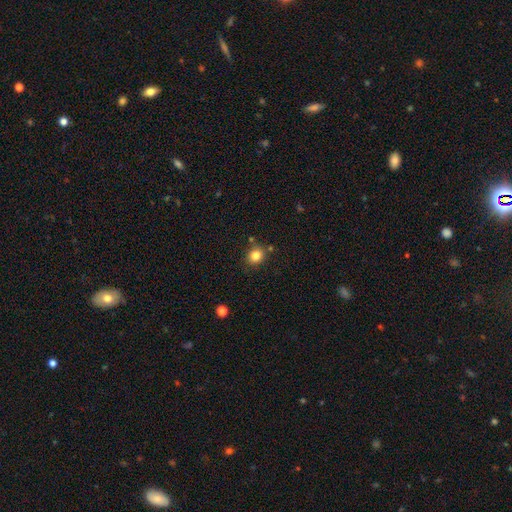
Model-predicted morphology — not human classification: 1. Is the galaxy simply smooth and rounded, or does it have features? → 83% smooth, 12% star or artifact, 6% featured or disk.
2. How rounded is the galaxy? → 74% round, 25% in between, 1% cigar-shaped.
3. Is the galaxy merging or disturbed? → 81% none, 11% minor disturbance, 5% merger, 3% major disturbance.